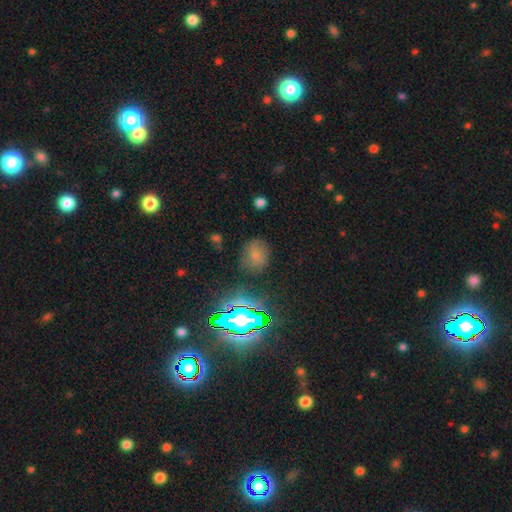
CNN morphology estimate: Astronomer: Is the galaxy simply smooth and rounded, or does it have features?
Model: smooth — 65%.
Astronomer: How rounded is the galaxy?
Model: round — 60% (runner-up: in between, 38%).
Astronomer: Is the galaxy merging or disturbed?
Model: none — 75%.